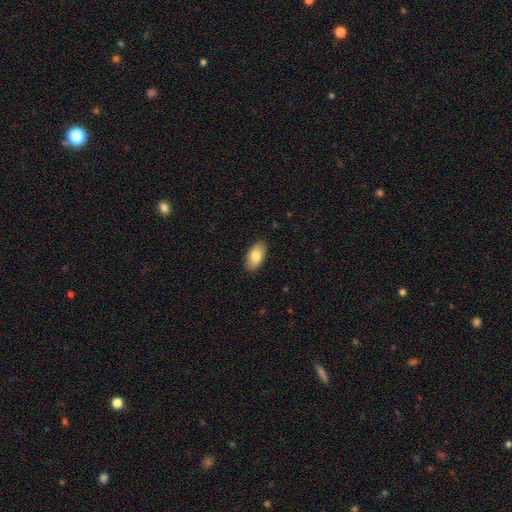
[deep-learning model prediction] smooth 83%, featured or disk 11%, star or artifact 6%. Down the decision tree: how rounded — in between (94%); merging — none (88%).